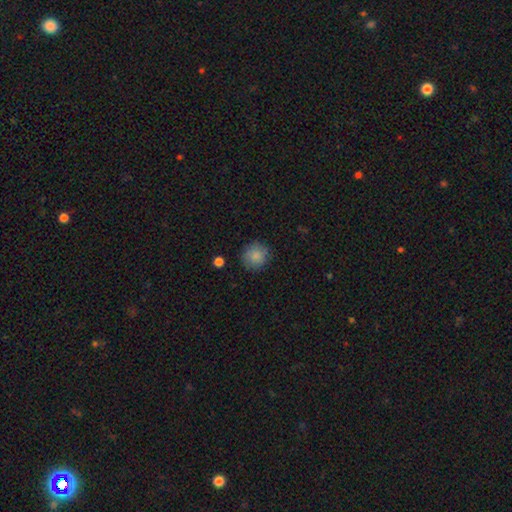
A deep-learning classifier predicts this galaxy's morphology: Smooth or featured? Predicted: smooth (p=0.85). How rounded? Predicted: round (p=0.92). Merging? Predicted: none (p=0.85).